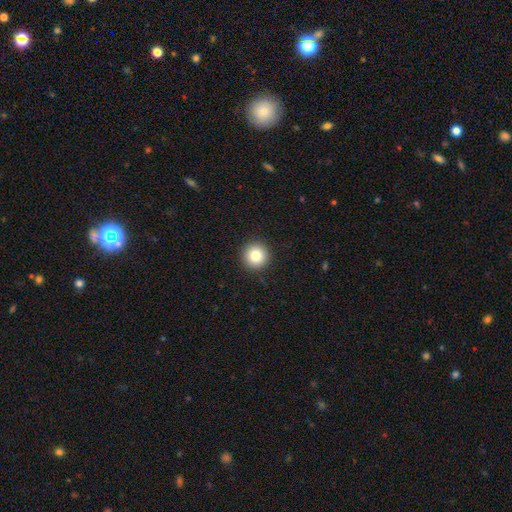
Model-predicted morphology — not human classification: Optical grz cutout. It shows a smooth galaxy with no disk features (82%) that is round (95%). Merging: none (92%).